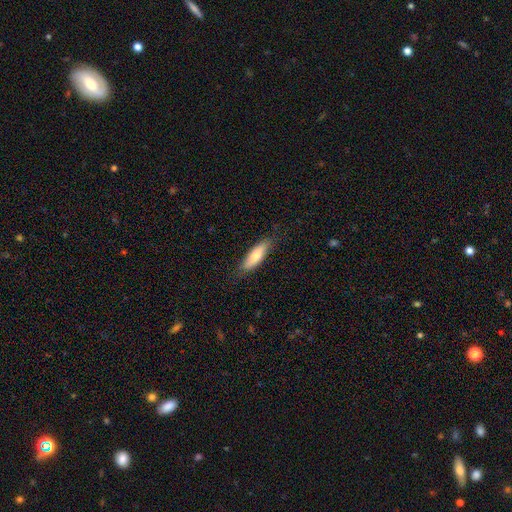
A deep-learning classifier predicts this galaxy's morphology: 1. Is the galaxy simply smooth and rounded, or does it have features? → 72% smooth, 23% featured or disk, 6% star or artifact.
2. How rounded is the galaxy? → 50% cigar-shaped, 48% in between, 2% round.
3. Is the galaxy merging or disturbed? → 81% none, 15% minor disturbance, 3% major disturbance, 1% merger.